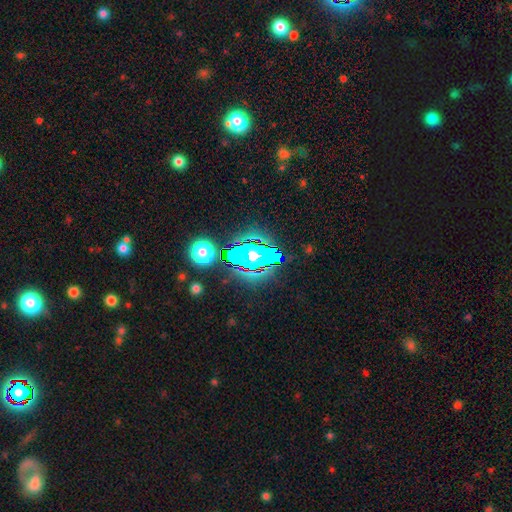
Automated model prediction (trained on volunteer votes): Smooth or featured? star or artifact (64%)